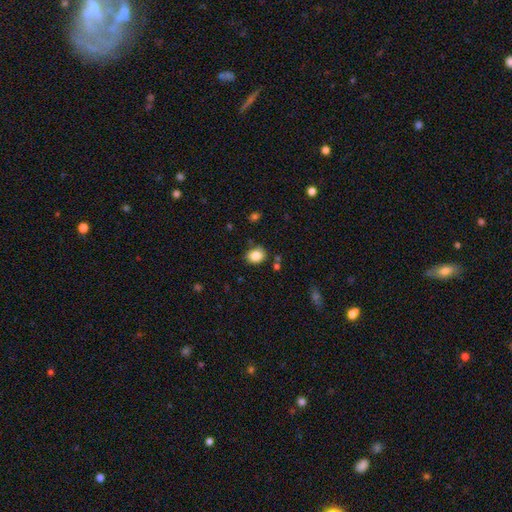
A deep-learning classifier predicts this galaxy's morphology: A smooth galaxy with no disk features (84%) that is round (56%).

Vote fractions:
- Smooth or featured? smooth: 84% / star or artifact: 10% / featured or disk: 6%
- How rounded? round: 56% / in between: 43% / cigar-shaped: 1%
- Merging? none: 76% / minor disturbance: 16% / merger: 4% / major disturbance: 4%